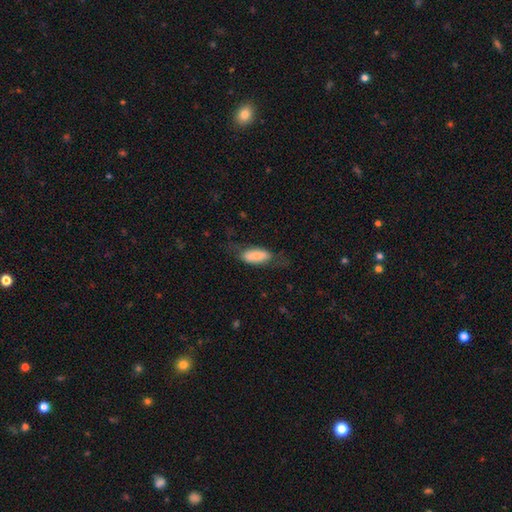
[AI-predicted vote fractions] Smooth or featured?
  - smooth: 68% *
  - featured or disk: 25%
  - star or artifact: 6%
How rounded?
  - in between: 81% *
  - cigar-shaped: 17%
  - round: 3%
Merging?
  - none: 54% *
  - minor disturbance: 25%
  - major disturbance: 19%
  - merger: 2%